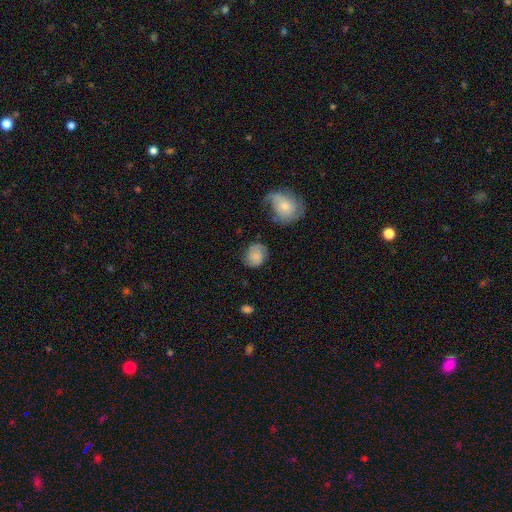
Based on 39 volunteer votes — Morphology: type=smooth (74%); roundness=round (69%); merging=none (58%).